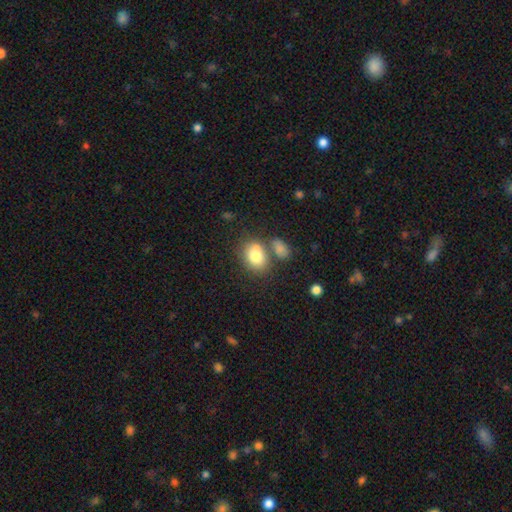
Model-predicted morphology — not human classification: This appears to be a smooth galaxy with no disk features (79%) that is in between round and cigar-shaped (66%). Merging: none (52%).